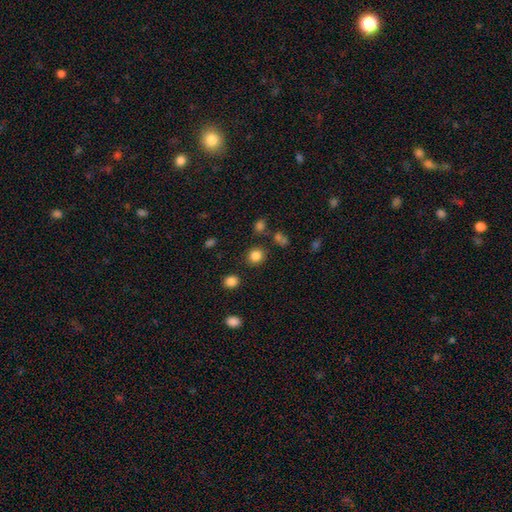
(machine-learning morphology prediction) Smooth or featured: smooth — 84% (star or artifact — 12%)
How rounded: round — 80% (in between — 19%)
Merging: none — 84% (minor disturbance — 8%)